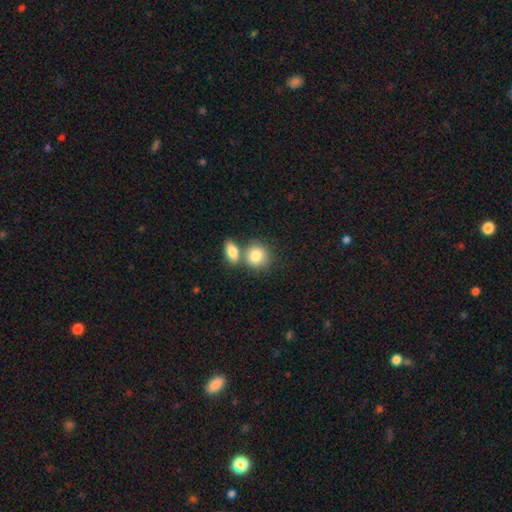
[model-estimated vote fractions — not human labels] The model was most divided on "merging": none: 46%, merger: 42%, minor disturbance: 9%, major disturbance: 3%. More confident: smooth or featured — smooth (83%); how rounded — round (69%).